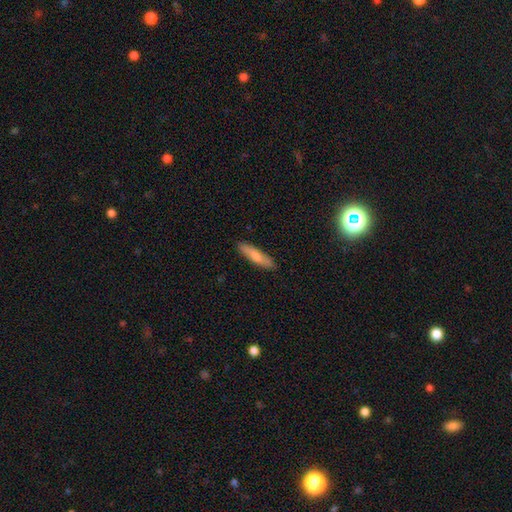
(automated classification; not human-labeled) Smooth or featured? smooth (75%)
How rounded? cigar-shaped (75%)
Merging? none (88%)